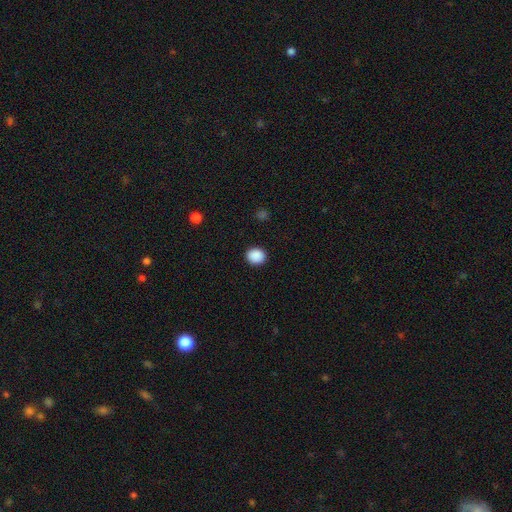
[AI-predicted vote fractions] Smooth or featured: smooth — 89% (star or artifact — 8%)
How rounded: round — 74% (in between — 25%)
Merging: none — 91% (minor disturbance — 6%)